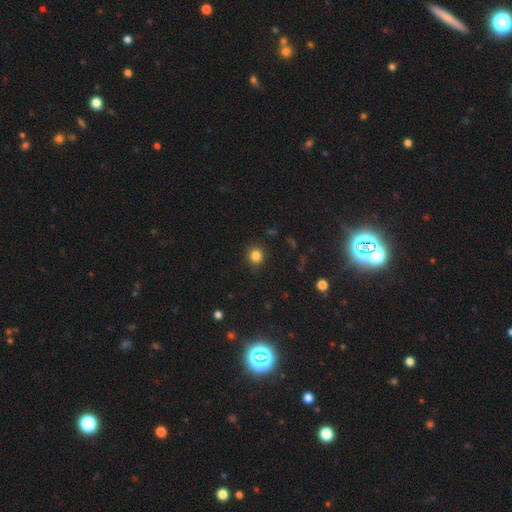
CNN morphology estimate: smooth 84%, star or artifact 12%, featured or disk 4%. Down the decision tree: how rounded — round (87%); merging — none (89%).